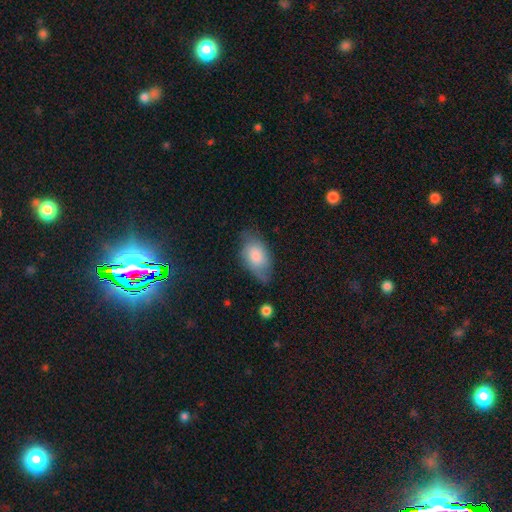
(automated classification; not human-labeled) smooth 65%, featured or disk 27%, star or artifact 8%. Down the decision tree: how rounded — in between (92%); merging — none (63%).